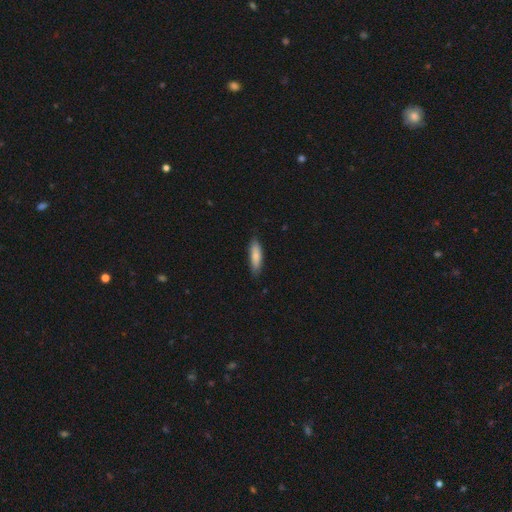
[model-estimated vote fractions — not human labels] Overall: smooth (81%). How rounded: cigar-shaped (62%; in between 36%). Merging: none (84%).